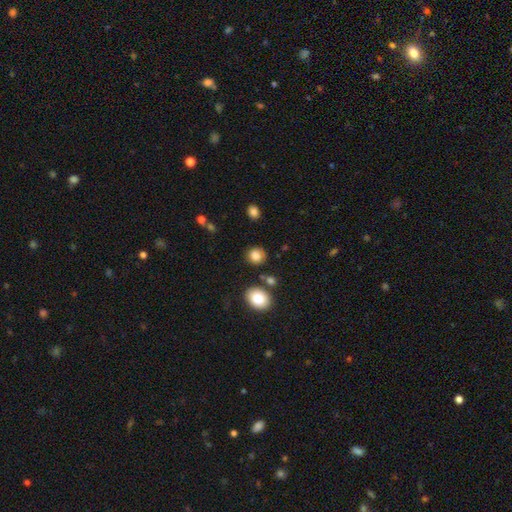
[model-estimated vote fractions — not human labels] This is clearly a smooth galaxy (84%). How rounded: clearly round (82%). Merging: clearly none (82%).